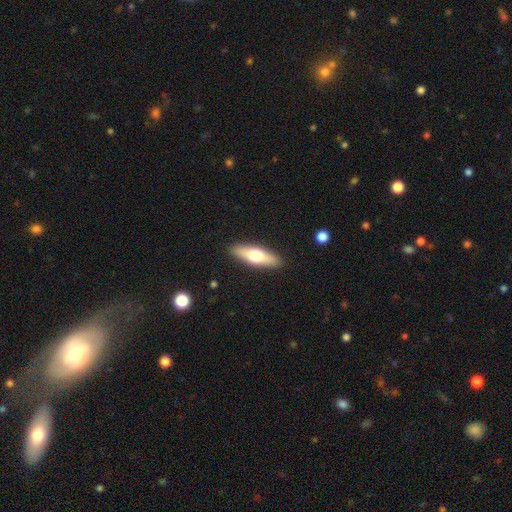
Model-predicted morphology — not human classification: Smooth or featured? smooth (59%)
How rounded? cigar-shaped (50%)
Merging? none (90%)